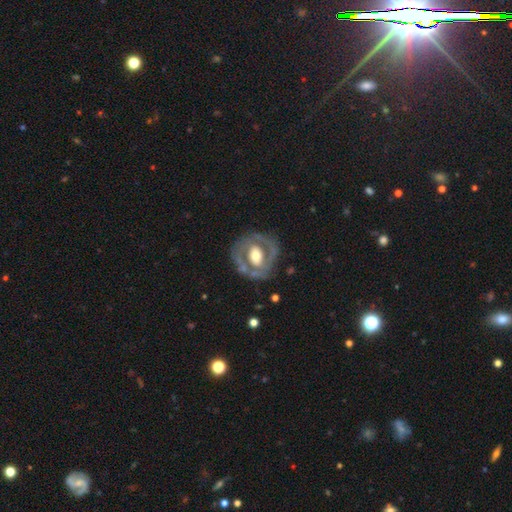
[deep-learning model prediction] smooth_or_featured: featured or disk (p=0.66) [alt: smooth p=0.29]
disk_edge_on: no (p=0.95) [alt: yes p=0.05]
bar: no (p=0.56) [alt: weak p=0.27]
has_spiral_arms: no (p=0.70) [alt: yes p=0.30]
bulge_size: moderate (p=0.59) [alt: large p=0.28]
merging: none (p=0.70) [alt: minor disturbance p=0.17]